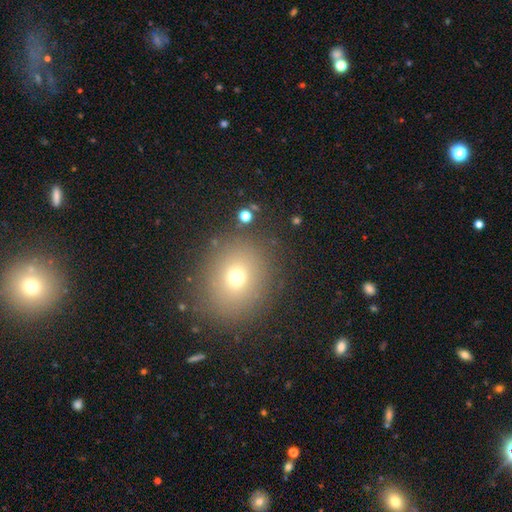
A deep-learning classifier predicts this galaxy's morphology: This appears to be a smooth galaxy with no disk features (67%) that is round (78%). Merging: none (86%).